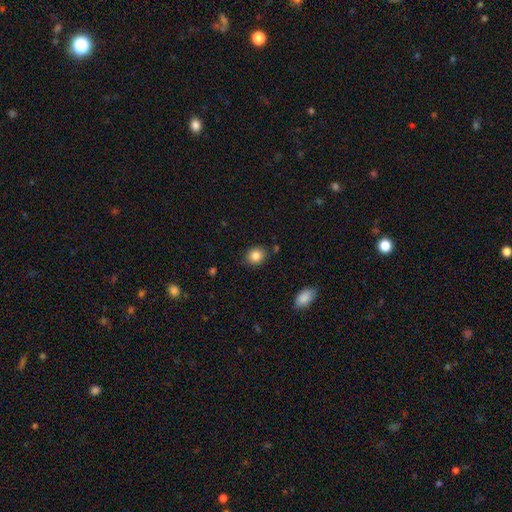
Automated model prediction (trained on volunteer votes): Q: Smooth or featured?
A: smooth (84%); runner-up: star or artifact (10%)
Q: How rounded?
A: round (66%); runner-up: in between (33%)
Q: Merging?
A: none (85%); runner-up: minor disturbance (10%)